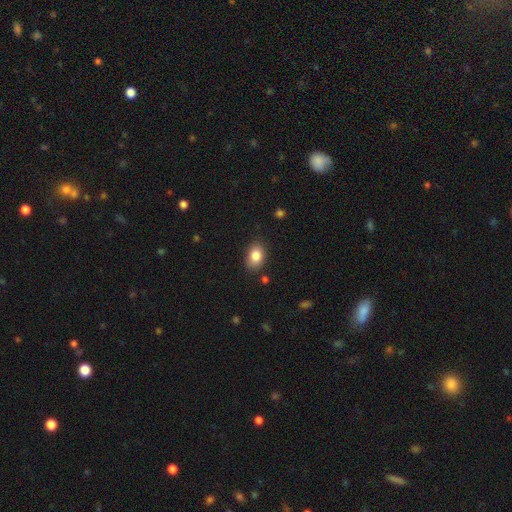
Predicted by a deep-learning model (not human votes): Smooth or featured: smooth — 84% (star or artifact — 8%)
How rounded: in between — 84% (round — 15%)
Merging: none — 83% (minor disturbance — 13%)